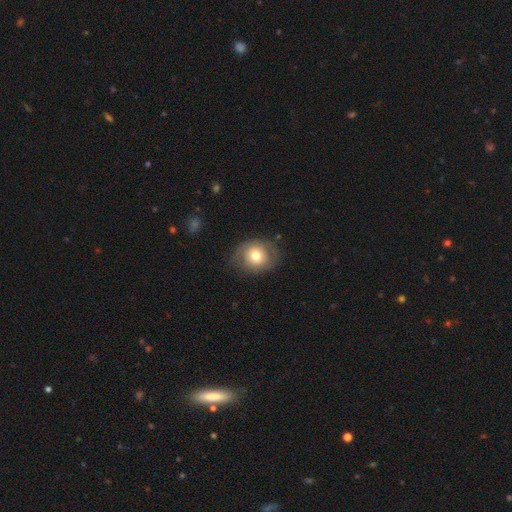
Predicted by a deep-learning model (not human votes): A smooth galaxy with no disk features (69%) that is round (67%). Merging: none (71%).